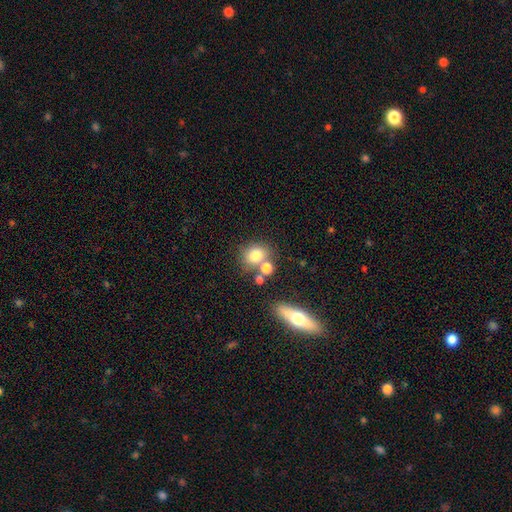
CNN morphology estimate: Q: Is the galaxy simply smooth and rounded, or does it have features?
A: smooth — 76%.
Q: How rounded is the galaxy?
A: round — 66%.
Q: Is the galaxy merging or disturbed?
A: none — 53%.